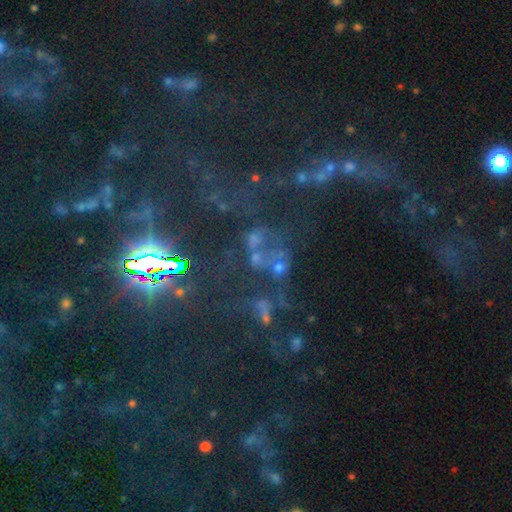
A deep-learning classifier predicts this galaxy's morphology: smooth_or_featured: star or artifact (p=0.66) [alt: featured or disk p=0.20]